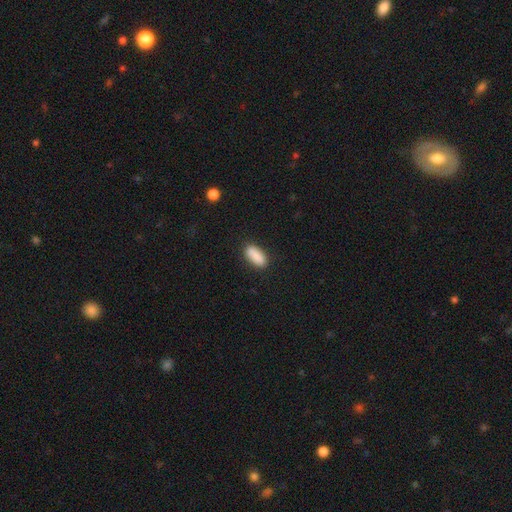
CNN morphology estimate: Smooth or featured? Predicted: smooth (p=0.87). How rounded? Predicted: in between (p=0.80). Merging? Predicted: none (p=0.84).